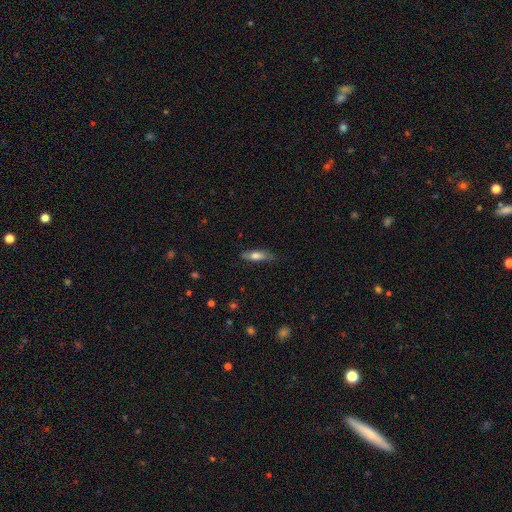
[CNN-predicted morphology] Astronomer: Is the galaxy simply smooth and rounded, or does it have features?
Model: smooth — 67%.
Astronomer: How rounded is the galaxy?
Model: cigar-shaped — 63%.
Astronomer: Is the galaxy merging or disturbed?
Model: none — 76%.